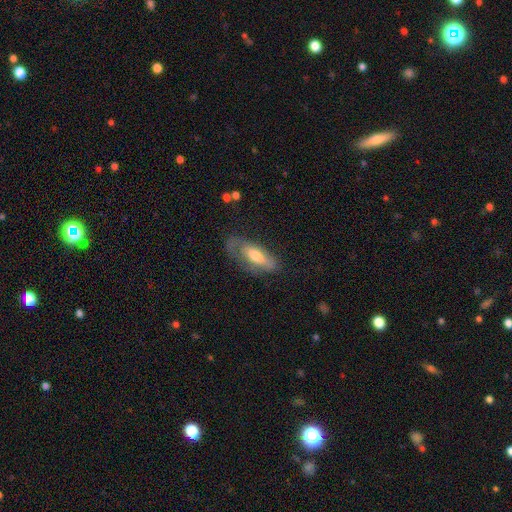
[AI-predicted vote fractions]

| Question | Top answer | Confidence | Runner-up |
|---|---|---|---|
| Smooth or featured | smooth | 52% | featured or disk (42%) |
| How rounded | in between | 74% | cigar-shaped (23%) |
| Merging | none | 51% | minor disturbance (28%) |